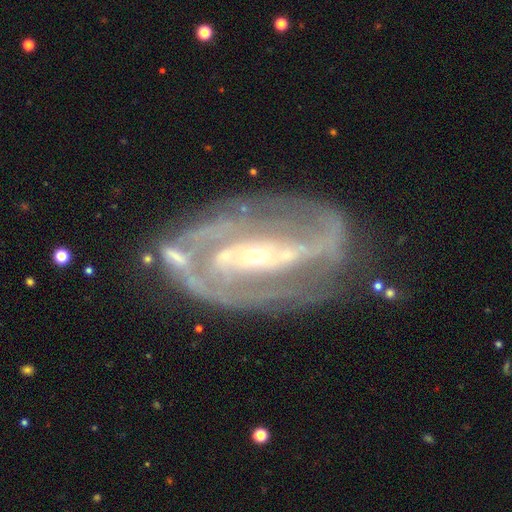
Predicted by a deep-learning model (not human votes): Smooth or featured? featured or disk (89%)
Edge-on disk? no (95%)
Bar? strong (50%)
Spiral arms? yes (93%)
Spiral winding? tight (42%, tied with medium)
Spiral arm count? 2 (66%)
Bulge size? small (76%)
Merging? none (65%)